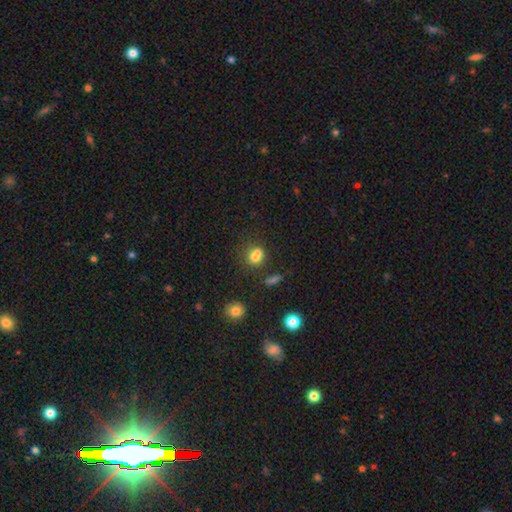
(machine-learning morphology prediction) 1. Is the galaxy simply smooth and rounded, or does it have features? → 73% smooth, 15% star or artifact, 12% featured or disk.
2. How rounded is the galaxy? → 60% round, 38% in between, 2% cigar-shaped.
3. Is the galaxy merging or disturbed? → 42% merger, 41% none, 12% minor disturbance, 5% major disturbance.